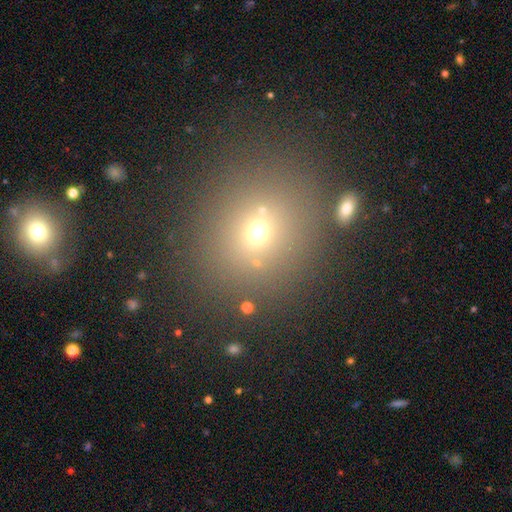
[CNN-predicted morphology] The model was most divided on "smooth or featured": smooth: 56%, star or artifact: 32%, featured or disk: 13%. More confident: merging — none (82%); how rounded — round (81%).